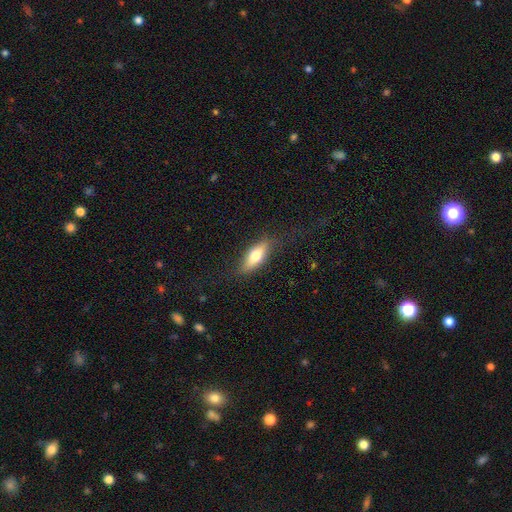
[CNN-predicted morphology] Smooth or featured: smooth — 67% (featured or disk — 27%)
How rounded: in between — 64% (cigar-shaped — 33%)
Merging: none — 79% (minor disturbance — 15%)